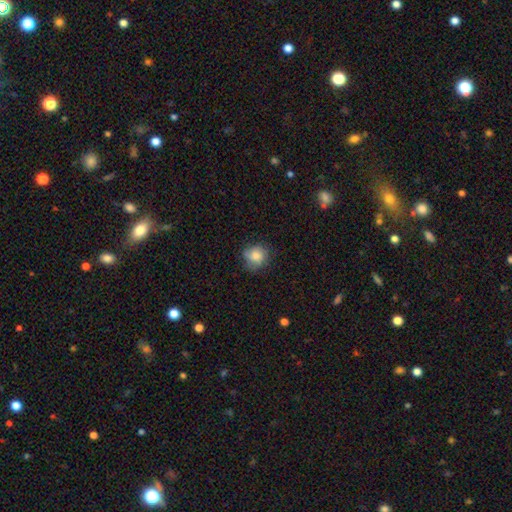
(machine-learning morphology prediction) Q: Smooth or featured?
A: smooth (76%); runner-up: featured or disk (15%)
Q: How rounded?
A: round (83%); runner-up: in between (16%)
Q: Merging?
A: none (69%); runner-up: minor disturbance (24%)